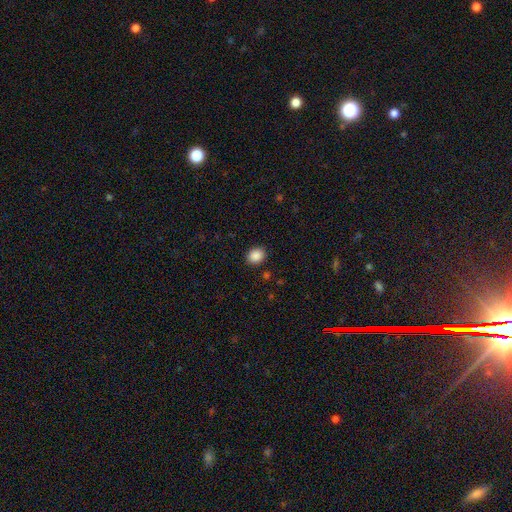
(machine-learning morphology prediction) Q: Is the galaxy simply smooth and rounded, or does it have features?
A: smooth — 88%.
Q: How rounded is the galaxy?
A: round — 57%.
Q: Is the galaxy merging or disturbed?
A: none — 90%.